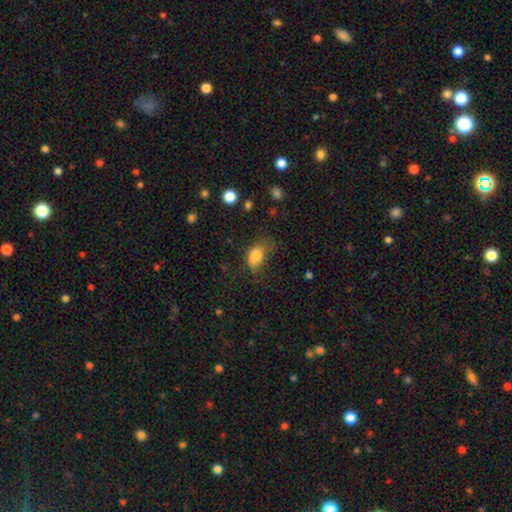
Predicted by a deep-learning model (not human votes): Smooth or featured?
  - smooth: 81% *
  - star or artifact: 10%
  - featured or disk: 9%
How rounded?
  - in between: 84% *
  - round: 14%
  - cigar-shaped: 2%
Merging?
  - minor disturbance: 35% *
  - none: 33%
  - major disturbance: 29%
  - merger: 3%